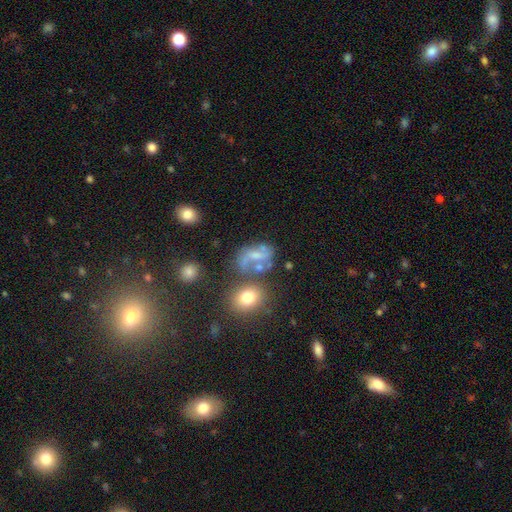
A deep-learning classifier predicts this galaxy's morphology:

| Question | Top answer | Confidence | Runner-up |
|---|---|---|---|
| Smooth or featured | featured or disk | 52% | smooth (32%) |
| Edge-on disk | no | 96% | yes (4%) |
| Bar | no | 49% | weak (36%) |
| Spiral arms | yes | 66% | no (34%) |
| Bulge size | small | 40% | moderate (34%) |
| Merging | none | 40% | merger (22%) |